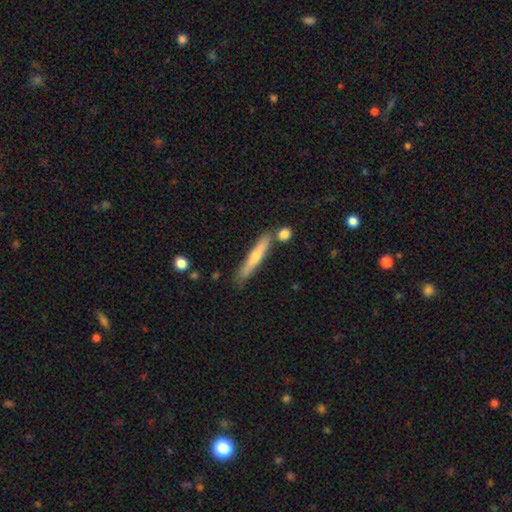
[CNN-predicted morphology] Smooth or featured? featured or disk (53%)
Edge-on disk? yes (94%)
Merging? none (81%)